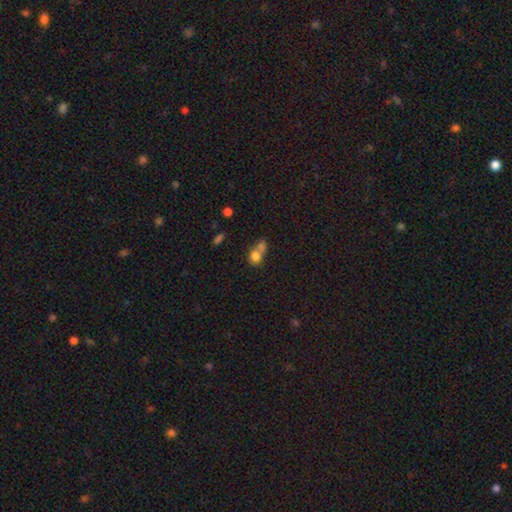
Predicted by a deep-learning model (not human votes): Overall: smooth (77%). How rounded: round (55%; in between 43%). Merging: merger (61%; none 26%).